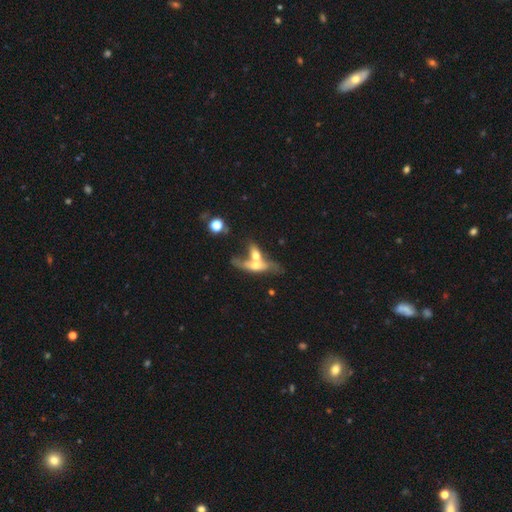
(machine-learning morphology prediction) Smooth or featured?
  - featured or disk: 50% *
  - smooth: 43%
  - star or artifact: 8%
Merging?
  - merger: 63% *
  - none: 21%
  - minor disturbance: 9%
  - major disturbance: 7%